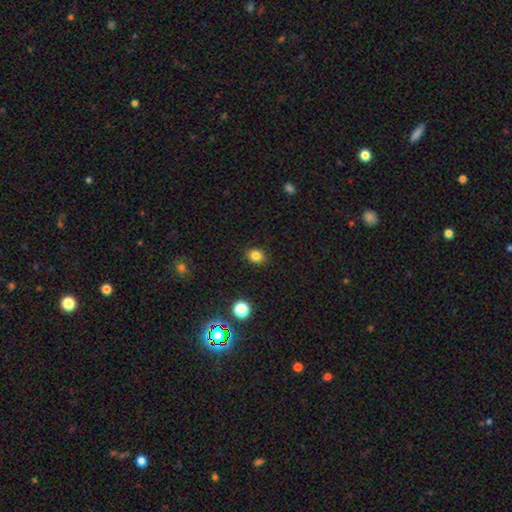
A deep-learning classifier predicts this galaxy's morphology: This is clearly a smooth galaxy (82%). How rounded: possibly round (57%). Merging: clearly none (87%).